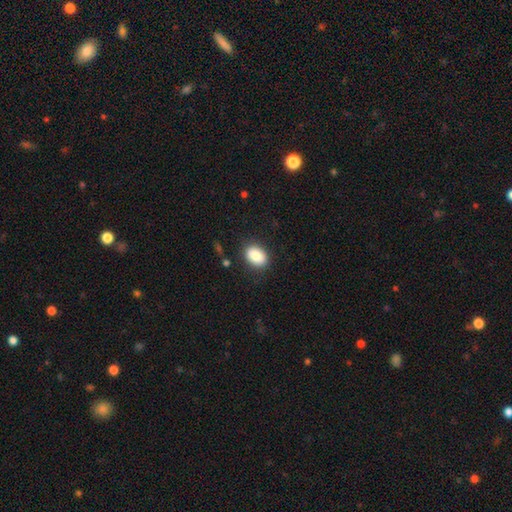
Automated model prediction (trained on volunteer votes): Morphology: type=smooth (87%); roundness=in between (79%); merging=none (84%).